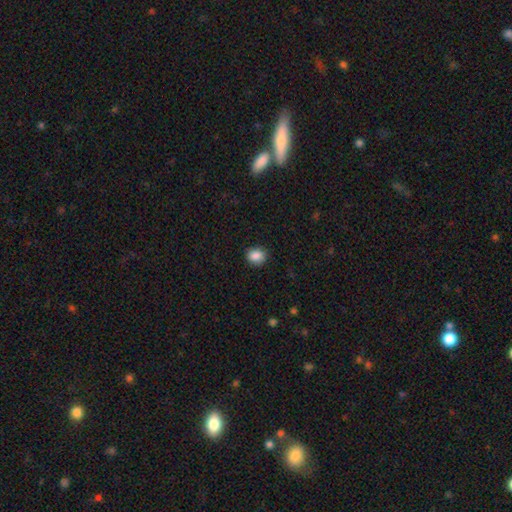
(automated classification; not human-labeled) Overall: smooth (87%). How rounded: round (62%; in between 37%). Merging: none (88%).